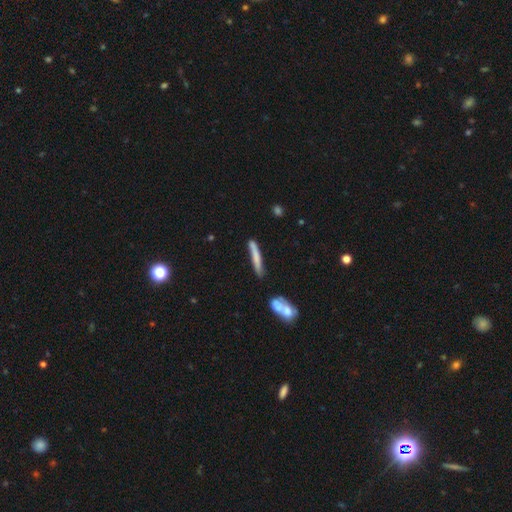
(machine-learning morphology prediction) A smooth galaxy with no disk features (69%) that is cigar-shaped (94%).

Vote fractions:
- Smooth or featured? smooth: 69% / featured or disk: 25% / star or artifact: 6%
- How rounded? cigar-shaped: 94% / in between: 4% / round: 2%
- Merging? none: 72% / minor disturbance: 18% / merger: 6% / major disturbance: 4%